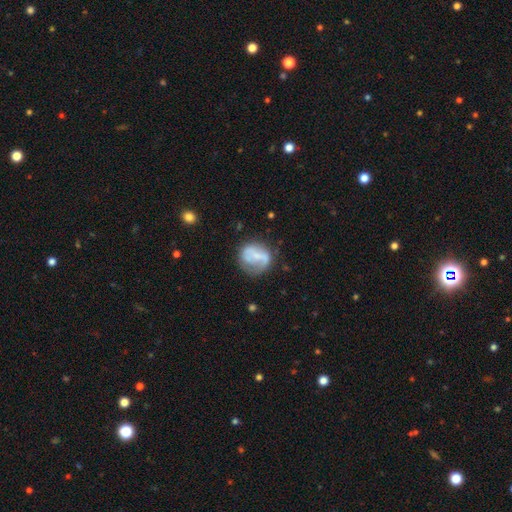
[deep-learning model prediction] Overall: smooth (49%; featured or disk 43%). Merging: none (48%; minor disturbance 27%).